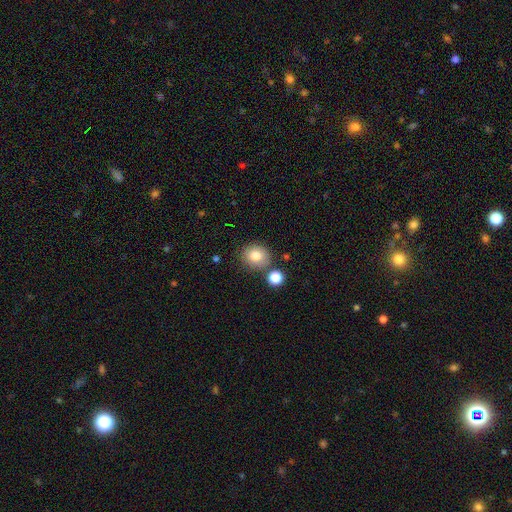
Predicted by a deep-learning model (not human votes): This appears to be a smooth galaxy with no disk features (81%) that is round (76%). Merging: none (76%).